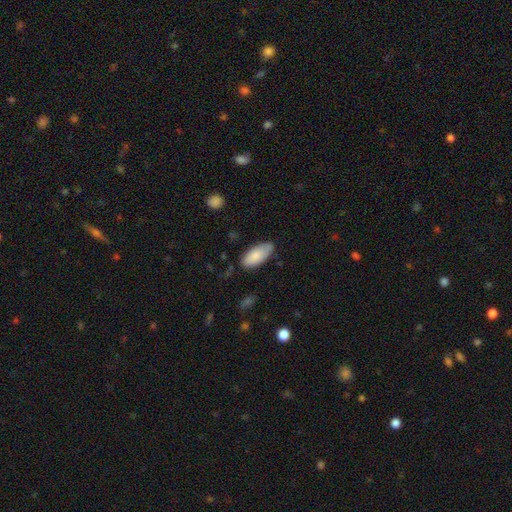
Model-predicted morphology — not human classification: This is clearly a smooth galaxy (84%). How rounded: clearly in between (90%). Merging: likely none (75%).